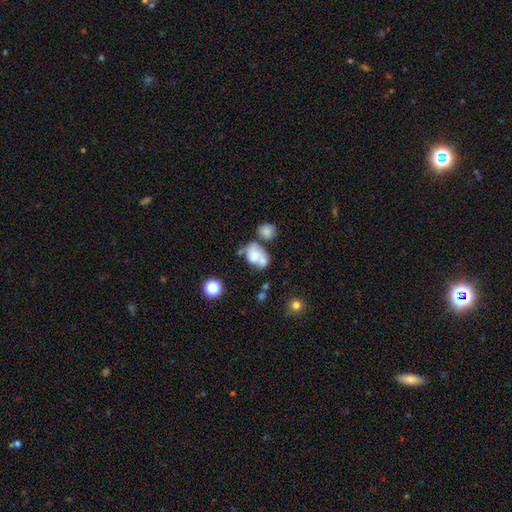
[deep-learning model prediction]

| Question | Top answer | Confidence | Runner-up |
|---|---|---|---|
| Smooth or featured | smooth | 58% | featured or disk (31%) |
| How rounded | in between | 72% | round (27%) |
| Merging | merger | 49% | none (22%) |